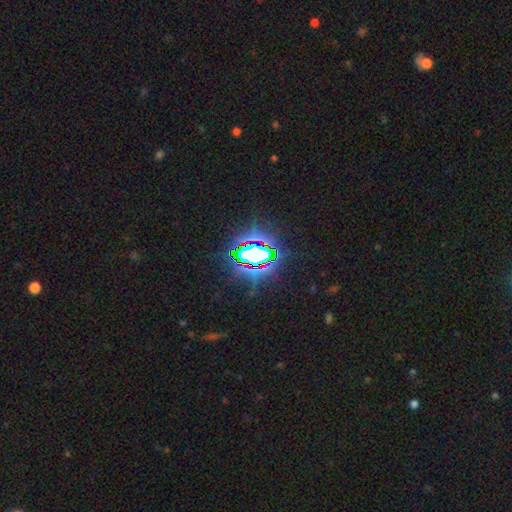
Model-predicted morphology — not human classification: Q: Smooth or featured?
A: star or artifact (74%); runner-up: smooth (15%)